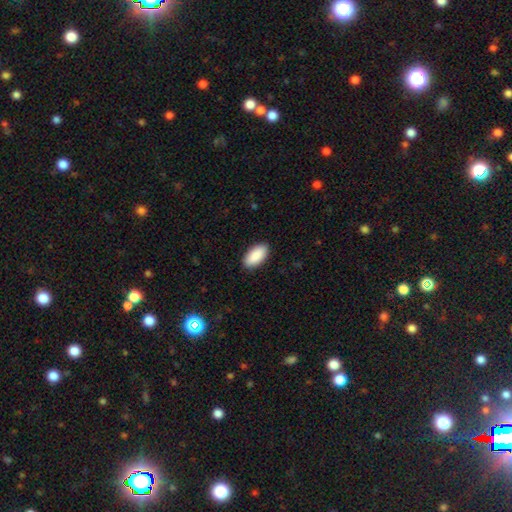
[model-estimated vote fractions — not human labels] This appears to be a smooth galaxy with no disk features (91%) that is in between round and cigar-shaped (95%). Merging: none (90%).